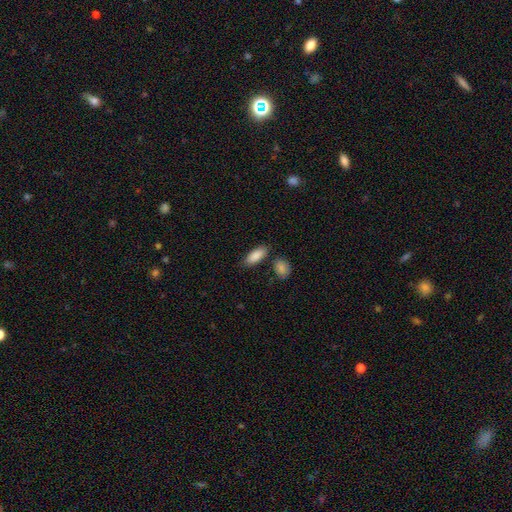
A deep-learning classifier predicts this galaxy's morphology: The model was most divided on "how rounded": in between: 80%, cigar-shaped: 18%, round: 2%. More confident: smooth or featured — smooth (88%); merging — none (79%).